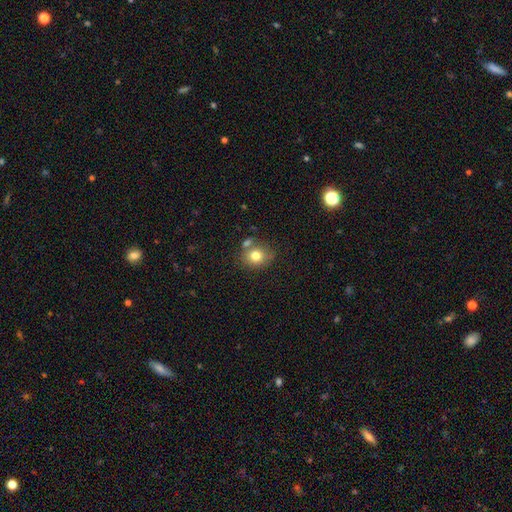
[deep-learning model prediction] Smooth or featured: smooth — 79% (featured or disk — 11%)
How rounded: round — 67% (in between — 32%)
Merging: none — 63% (merger — 18%)